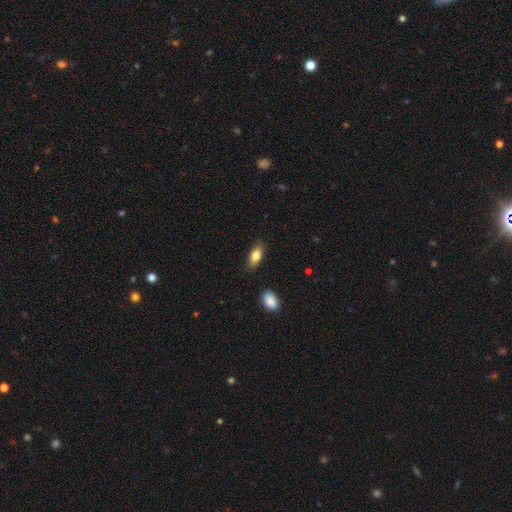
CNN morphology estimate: Smooth or featured? Predicted: smooth (p=0.79). How rounded? Predicted: in between (p=0.82). Merging? Predicted: none (p=0.84).